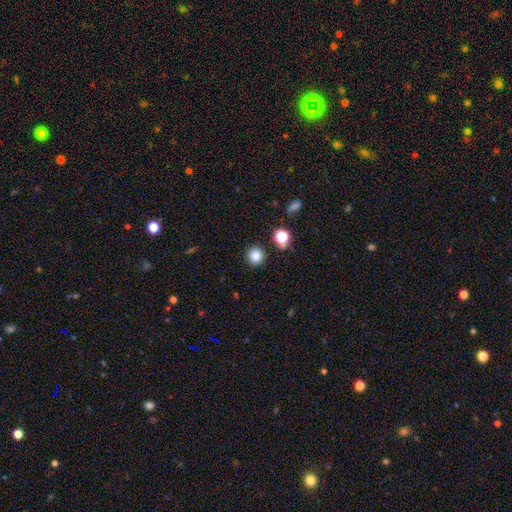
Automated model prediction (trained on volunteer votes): This is clearly a smooth galaxy (82%). How rounded: clearly round (92%). Merging: clearly none (89%).